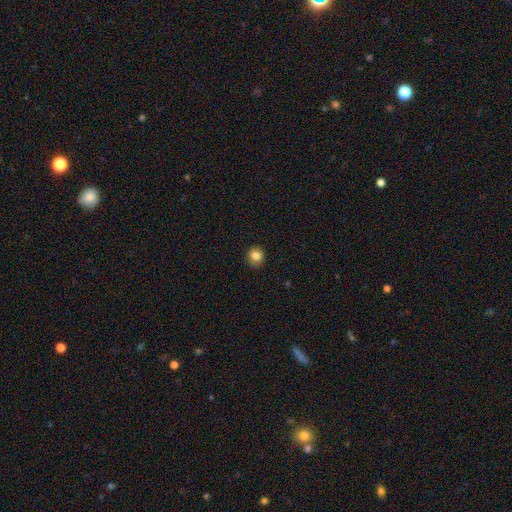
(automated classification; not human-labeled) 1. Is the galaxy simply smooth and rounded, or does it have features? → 84% smooth, 11% star or artifact, 6% featured or disk.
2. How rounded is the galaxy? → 77% round, 23% in between, 1% cigar-shaped.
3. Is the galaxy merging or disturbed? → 85% none, 12% minor disturbance, 3% major disturbance, 1% merger.